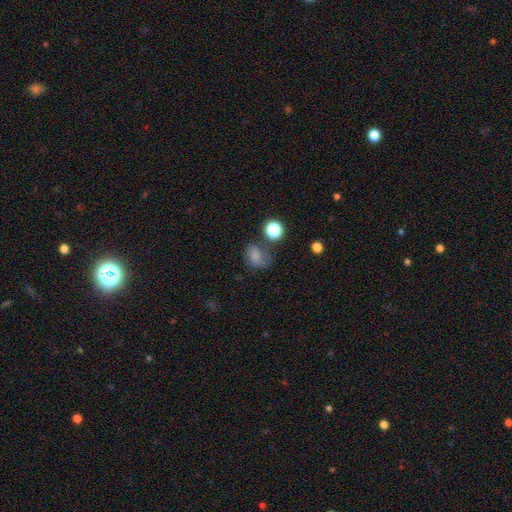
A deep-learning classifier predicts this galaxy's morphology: Q: Smooth or featured?
A: smooth (73%); runner-up: star or artifact (17%)
Q: How rounded?
A: in between (51%); runner-up: round (48%)
Q: Merging?
A: none (48%); runner-up: minor disturbance (26%)